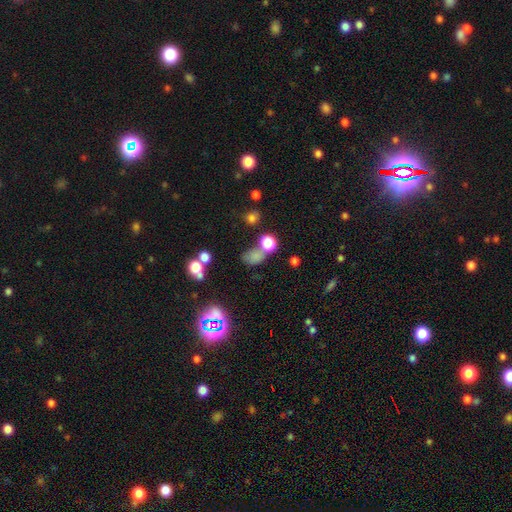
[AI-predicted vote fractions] The model was most divided on "merging": none: 45%, merger: 26%, minor disturbance: 17%, major disturbance: 12%. More confident: smooth or featured — smooth (66%); how rounded — in between (64%).